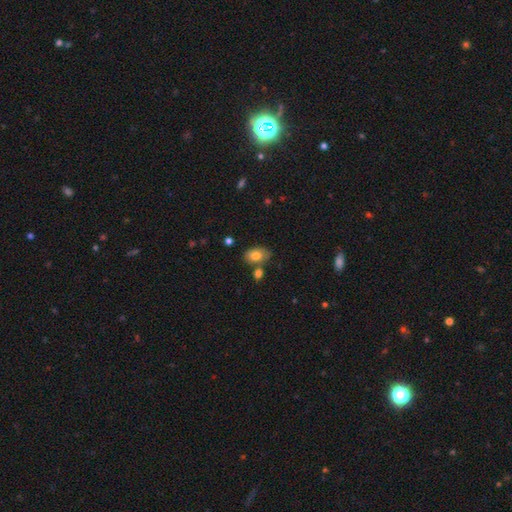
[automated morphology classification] Smooth or featured? smooth (78%)
How rounded? in between (89%)
Merging? none (66%)